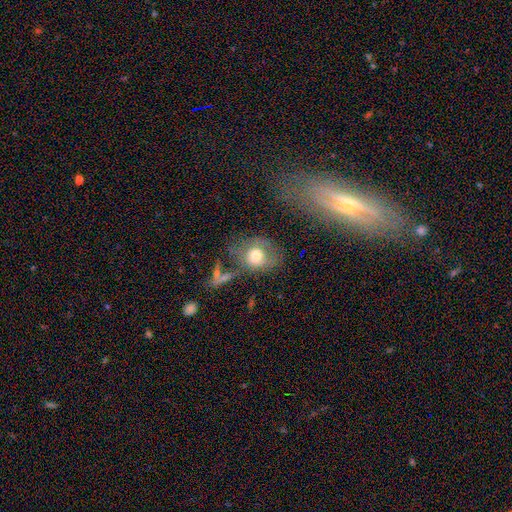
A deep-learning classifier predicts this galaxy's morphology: Smooth or featured: smooth — 62% (featured or disk — 28%)
How rounded: round — 59% (in between — 40%)
Merging: none — 43% (major disturbance — 23%)